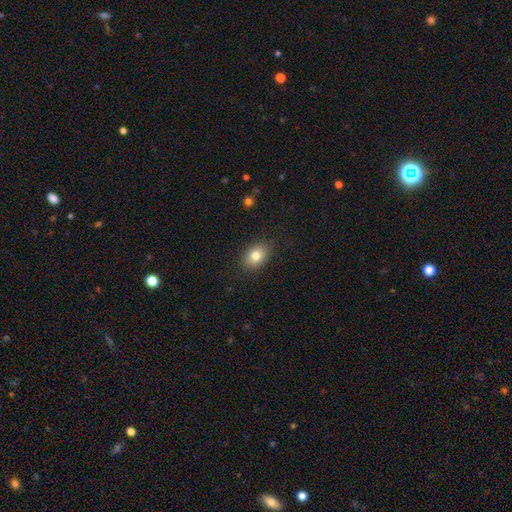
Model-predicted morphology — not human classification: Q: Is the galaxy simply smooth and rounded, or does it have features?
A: smooth — 81%.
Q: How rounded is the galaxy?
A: in between — 74%.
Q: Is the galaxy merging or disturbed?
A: none — 87%.